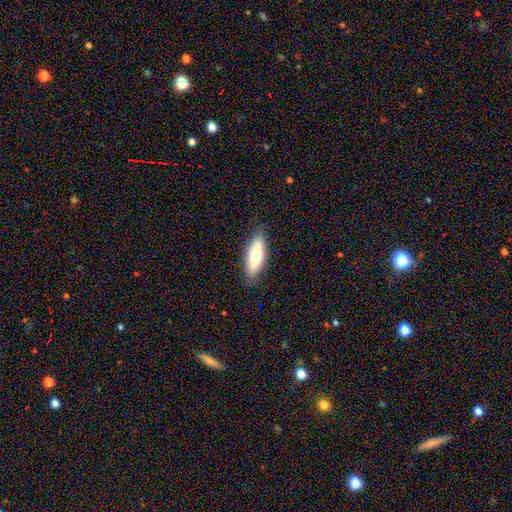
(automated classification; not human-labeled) This appears to be a smooth galaxy with no disk features (74%) that is in between round and cigar-shaped (55%). Merging: none (85%).